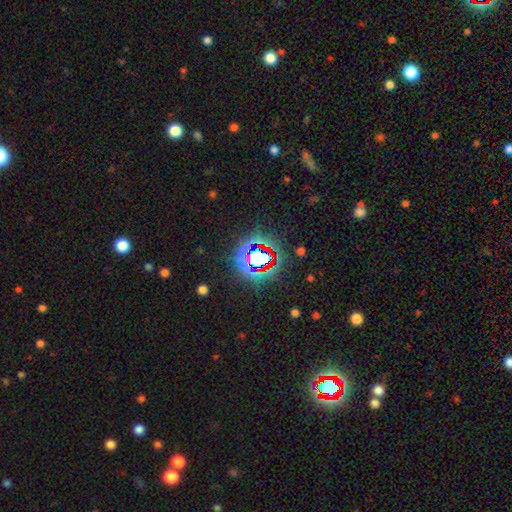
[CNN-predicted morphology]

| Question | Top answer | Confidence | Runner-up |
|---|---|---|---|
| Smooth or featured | star or artifact | 70% | smooth (19%) |